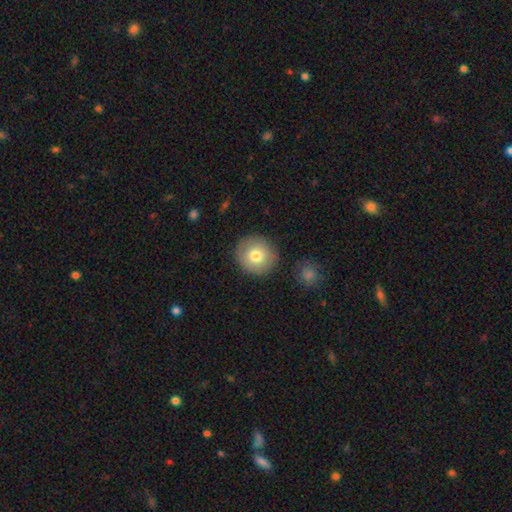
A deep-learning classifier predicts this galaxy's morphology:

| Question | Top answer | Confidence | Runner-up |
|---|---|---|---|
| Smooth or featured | smooth | 76% | featured or disk (15%) |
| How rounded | round | 92% | in between (7%) |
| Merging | none | 87% | minor disturbance (8%) |